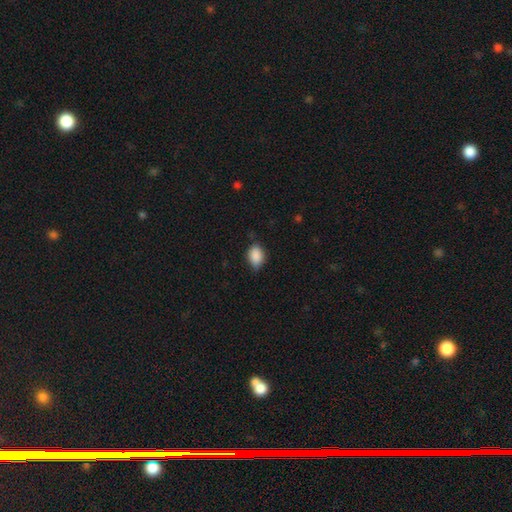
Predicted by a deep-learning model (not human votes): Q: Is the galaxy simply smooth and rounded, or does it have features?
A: smooth — 88%.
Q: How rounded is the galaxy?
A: in between — 82%.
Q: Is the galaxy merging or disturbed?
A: none — 72%.